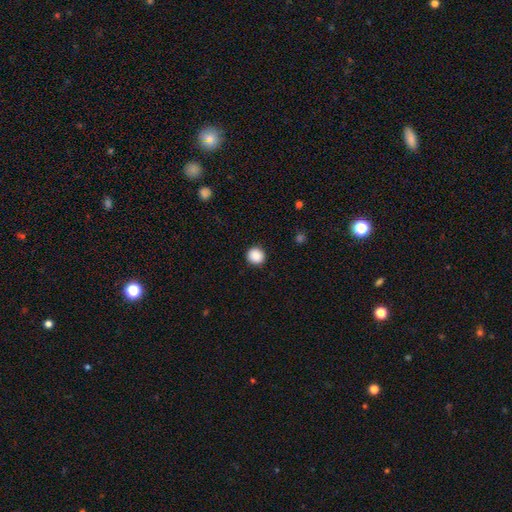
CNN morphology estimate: smooth_or_featured: smooth (p=0.88) [alt: star or artifact p=0.09]
how_rounded: round (p=0.93) [alt: in between p=0.06]
merging: none (p=0.92) [alt: minor disturbance p=0.05]